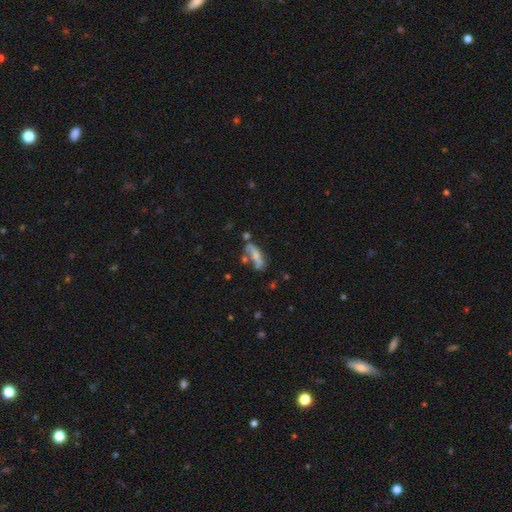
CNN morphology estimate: This is possibly a smooth galaxy (48%). Merging: marginally none (42%).